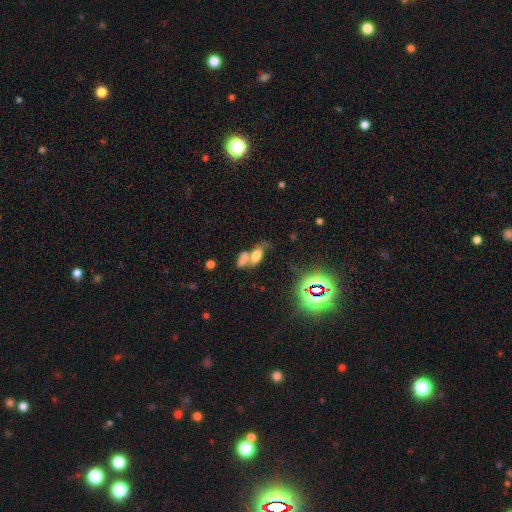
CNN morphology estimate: Q: Smooth or featured?
A: smooth (59%); runner-up: featured or disk (22%)
Q: How rounded?
A: in between (81%); runner-up: cigar-shaped (11%)
Q: Merging?
A: merger (60%); runner-up: none (22%)